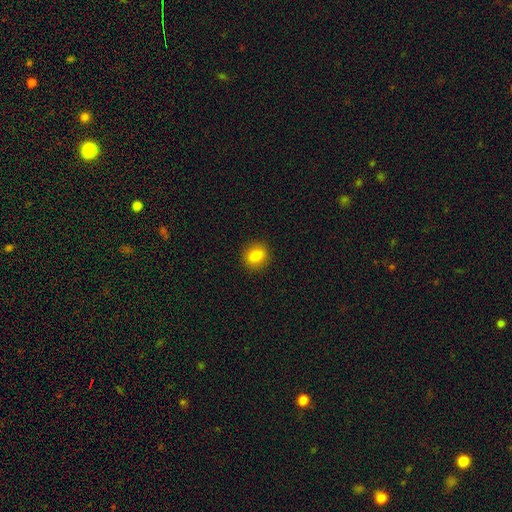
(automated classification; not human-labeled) This is clearly a smooth galaxy (83%). How rounded: likely round (68%). Merging: clearly none (90%).